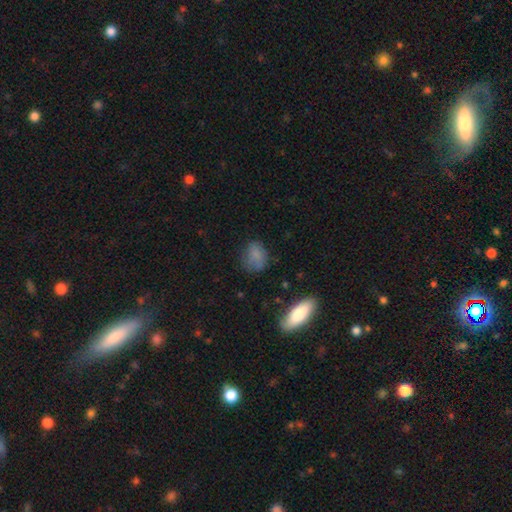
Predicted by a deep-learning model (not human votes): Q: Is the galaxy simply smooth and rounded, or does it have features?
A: smooth — 76%.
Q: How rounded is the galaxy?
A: in between — 58%.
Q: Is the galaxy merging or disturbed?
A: none — 60%.